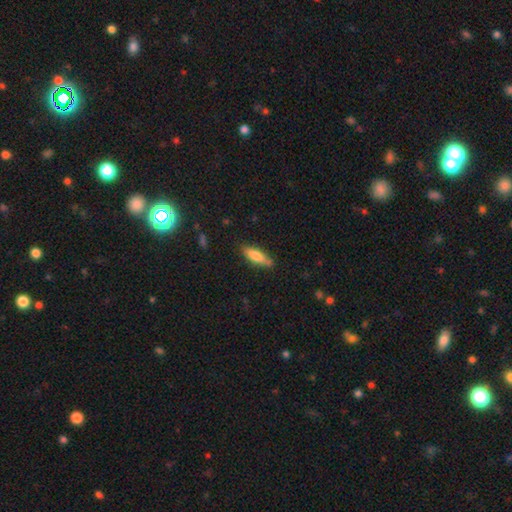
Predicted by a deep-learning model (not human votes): Overall: smooth (70%). How rounded: cigar-shaped (60%; in between 38%). Merging: none (81%).